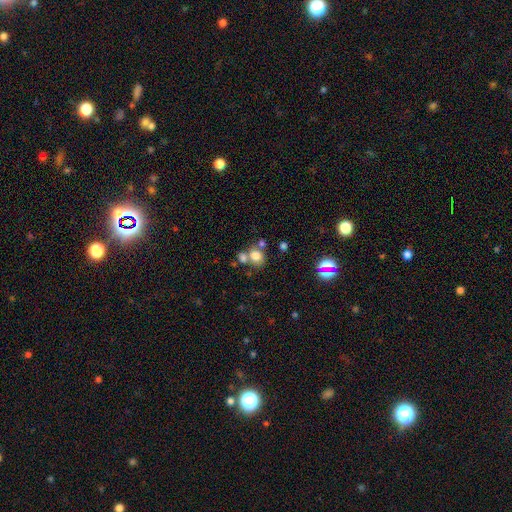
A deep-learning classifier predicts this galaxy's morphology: A smooth galaxy with no disk features (74%) that is round (72%). Merging: none (47%).